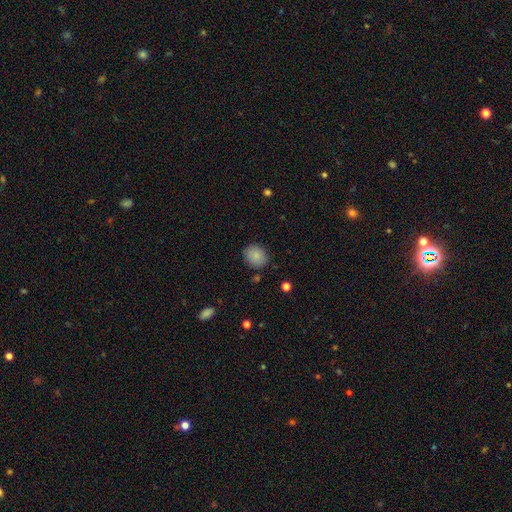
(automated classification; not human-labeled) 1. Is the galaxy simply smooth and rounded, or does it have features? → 86% smooth, 9% star or artifact, 5% featured or disk.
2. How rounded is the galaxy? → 72% round, 27% in between, 1% cigar-shaped.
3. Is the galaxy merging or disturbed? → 85% none, 10% minor disturbance, 3% major disturbance, 2% merger.